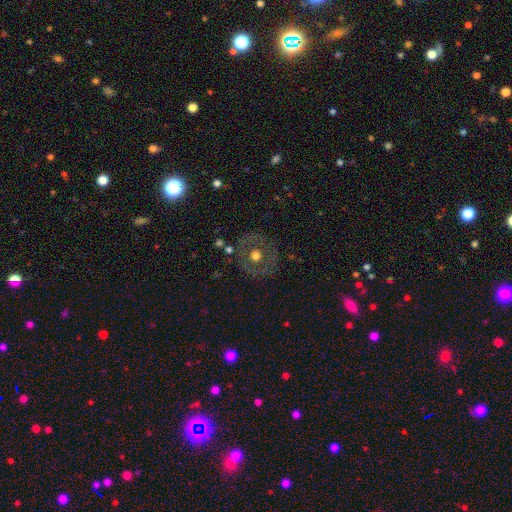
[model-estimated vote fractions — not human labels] Morphology: type=smooth (49%); merging=none (82%).